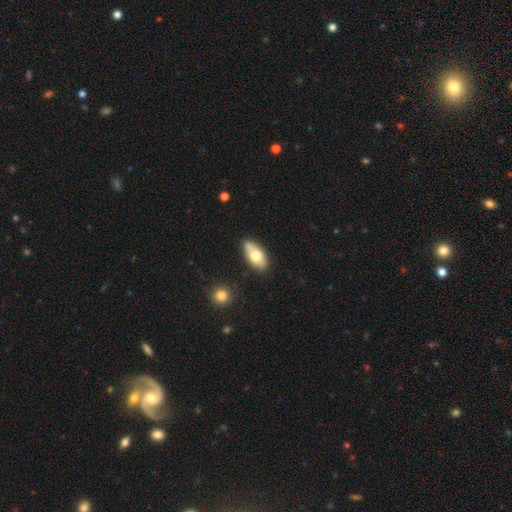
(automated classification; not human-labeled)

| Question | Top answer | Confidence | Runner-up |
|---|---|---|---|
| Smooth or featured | smooth | 67% | featured or disk (26%) |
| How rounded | in between | 90% | cigar-shaped (6%) |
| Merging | none | 66% | minor disturbance (17%) |